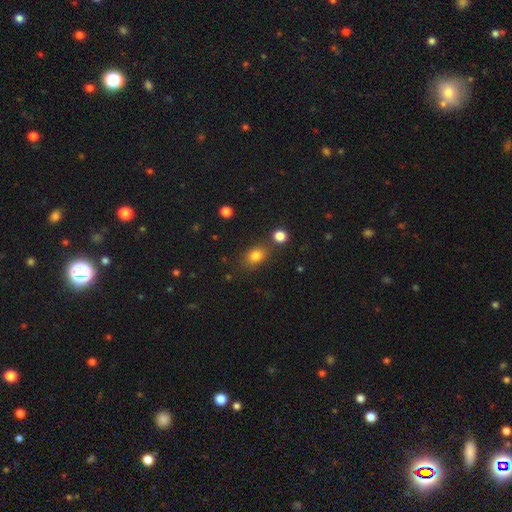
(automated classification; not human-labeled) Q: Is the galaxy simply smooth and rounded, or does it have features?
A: smooth — 82%.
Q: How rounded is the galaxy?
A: in between — 60%.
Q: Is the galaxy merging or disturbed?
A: none — 71%.